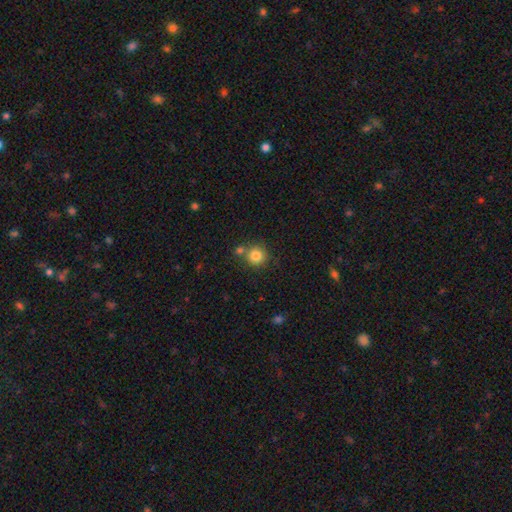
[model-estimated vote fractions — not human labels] smooth-or-featured: smooth: 82% | star or artifact: 11% | featured or disk: 7%
  how-rounded: round: 92% | in between: 7% | cigar-shaped: 1%
  merging: none: 69% | merger: 18% | minor disturbance: 9% | major disturbance: 3%